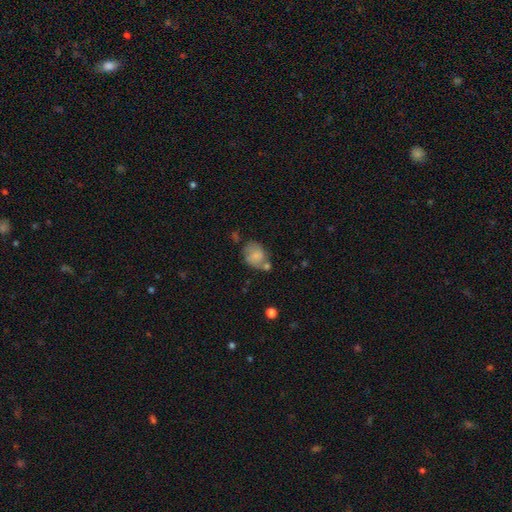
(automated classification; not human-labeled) smooth_or_featured: smooth (p=0.74) [alt: featured or disk p=0.17]
how_rounded: in between (p=0.54) [alt: round p=0.44]
merging: none (p=0.44) [alt: minor disturbance p=0.24]